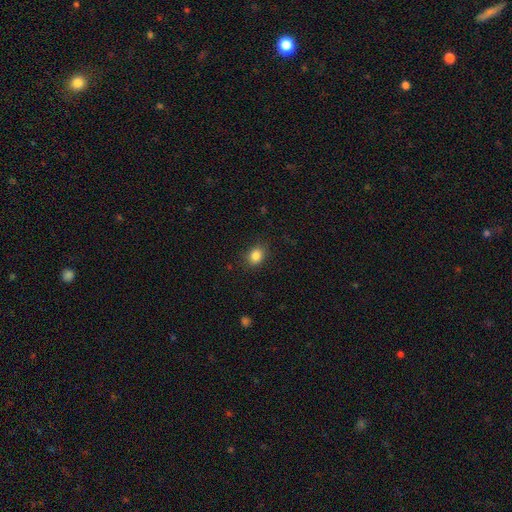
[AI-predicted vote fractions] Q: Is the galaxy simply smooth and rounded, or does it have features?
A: smooth — 85%.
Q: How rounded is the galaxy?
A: in between — 58%.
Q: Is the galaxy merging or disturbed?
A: none — 86%.